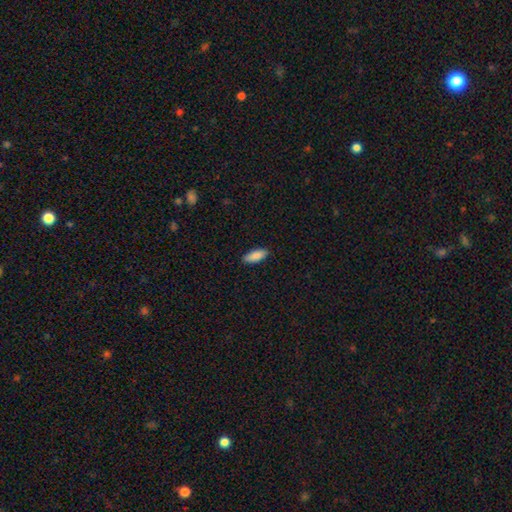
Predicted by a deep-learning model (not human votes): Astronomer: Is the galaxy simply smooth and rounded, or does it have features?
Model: smooth — 89%.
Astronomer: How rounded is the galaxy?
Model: in between — 77%.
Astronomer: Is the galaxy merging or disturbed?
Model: none — 89%.